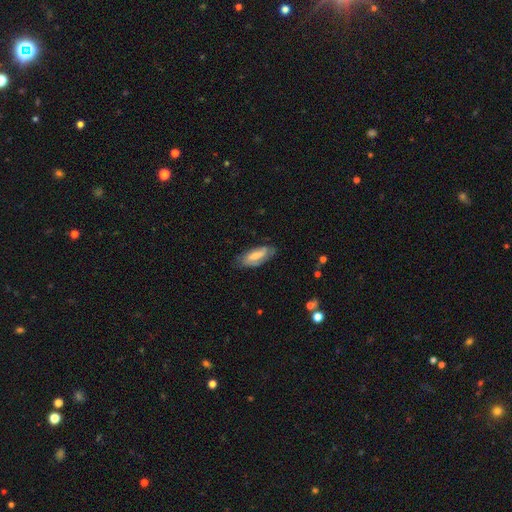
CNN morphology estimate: Q: Smooth or featured?
A: featured or disk (55%); runner-up: smooth (39%)
Q: Edge-on disk?
A: no (87%); runner-up: yes (13%)
Q: Merging?
A: none (73%); runner-up: minor disturbance (20%)